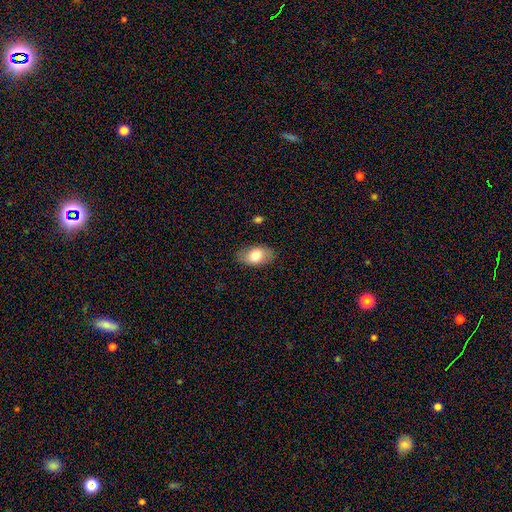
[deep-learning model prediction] This is likely a smooth galaxy (74%). How rounded: clearly in between (92%). Merging: clearly none (83%).